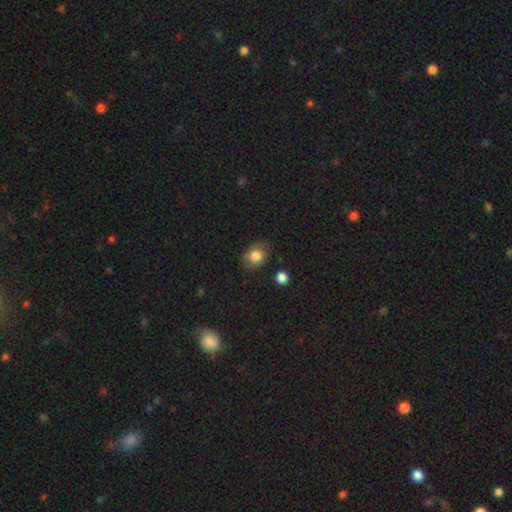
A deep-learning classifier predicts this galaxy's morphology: The model was most divided on "how rounded": in between: 56%, round: 43%, cigar-shaped: 1%. More confident: smooth or featured — smooth (78%); merging — none (71%).